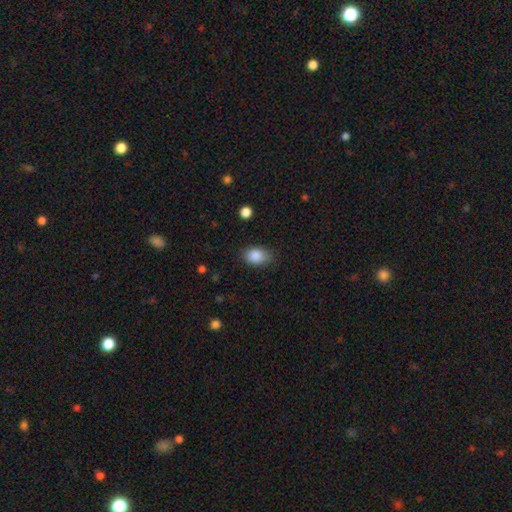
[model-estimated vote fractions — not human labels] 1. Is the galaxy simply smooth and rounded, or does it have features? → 87% smooth, 8% star or artifact, 5% featured or disk.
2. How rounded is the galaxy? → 80% in between, 18% round, 1% cigar-shaped.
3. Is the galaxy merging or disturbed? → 77% none, 18% minor disturbance, 4% major disturbance, 1% merger.